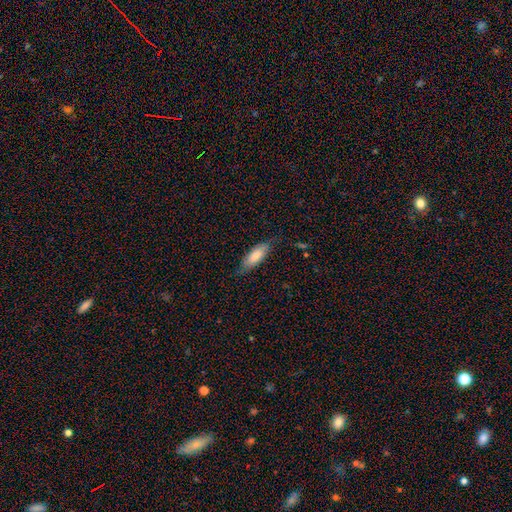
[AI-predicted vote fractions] Smooth or featured?
  - smooth: 78% *
  - featured or disk: 16%
  - star or artifact: 6%
How rounded?
  - in between: 69% *
  - cigar-shaped: 30%
  - round: 2%
Merging?
  - none: 72% *
  - minor disturbance: 22%
  - major disturbance: 5%
  - merger: 1%